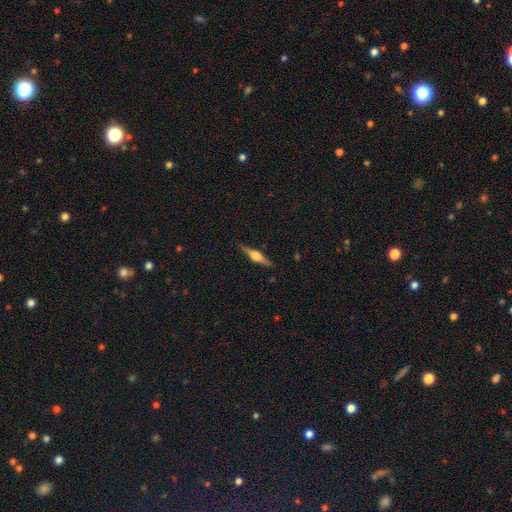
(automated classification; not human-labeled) The model was most divided on "smooth or featured": featured or disk: 74%, smooth: 20%, star or artifact: 6%. More confident: edge-on disk — yes (98%); edge-on bulge — rounded (90%); merging — none (88%).